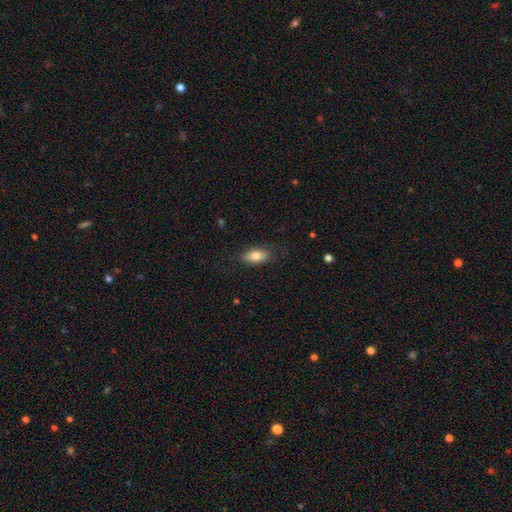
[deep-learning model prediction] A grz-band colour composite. It shows a smooth galaxy with no disk features (77%) that is in between round and cigar-shaped (88%). Merging: none (76%).